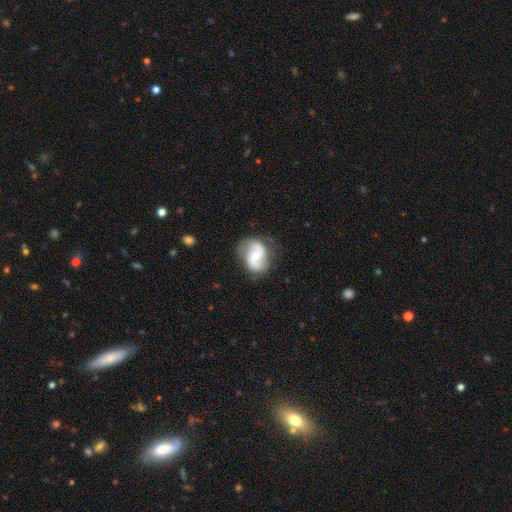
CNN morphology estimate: This is likely a featured or disk galaxy (69%). It is clearly not viewed edge-on (97%). Bar: possibly no (52%). Spiral arm pattern: clearly yes (84%). Spiral arm count: clearly 2 (84%). Spiral winding: marginally medium (44%). Central bulge: likely moderate (62%). Merging: likely none (71%).